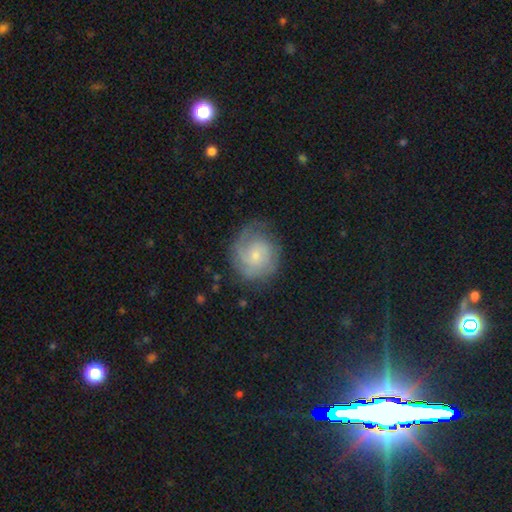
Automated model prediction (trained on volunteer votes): Morphology: type=featured or disk (65%); edge-on=no (98%); bar=no (71%); spiral arms=yes (91%); winding=tight (56%); arm count=can't tell (33%); bulge=small (65%); merging=none (68%).